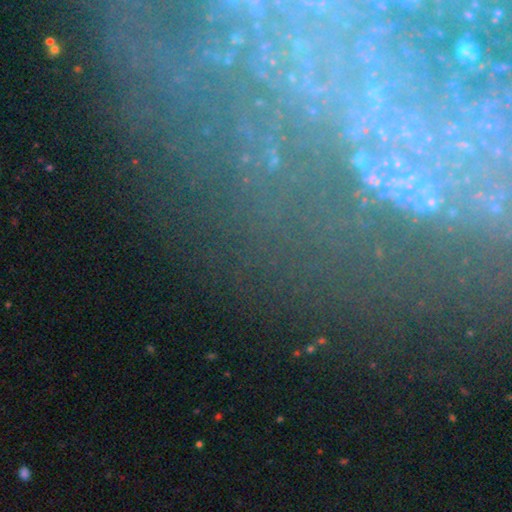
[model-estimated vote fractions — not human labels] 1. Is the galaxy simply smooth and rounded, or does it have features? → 47% featured or disk, 37% star or artifact, 16% smooth.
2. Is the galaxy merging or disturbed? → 72% none, 13% minor disturbance, 10% major disturbance, 5% merger.